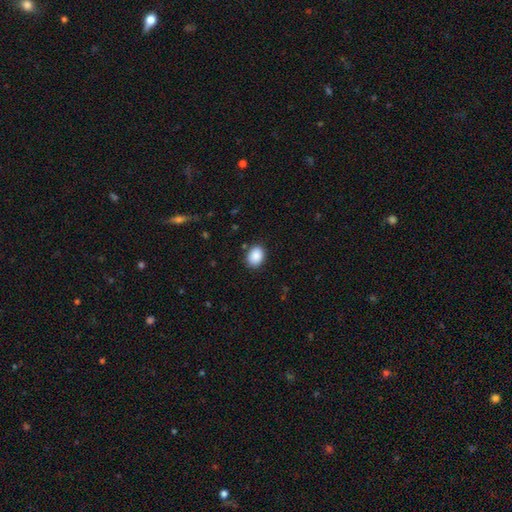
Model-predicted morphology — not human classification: This is clearly a smooth galaxy (89%). How rounded: likely in between (67%). Merging: clearly none (86%).